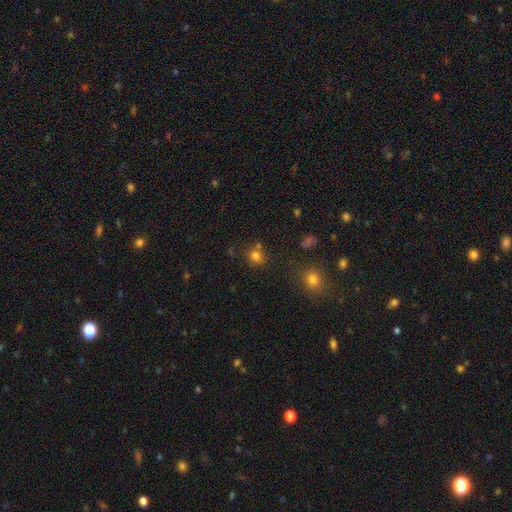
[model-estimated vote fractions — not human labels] smooth_or_featured: smooth (p=0.77) [alt: star or artifact p=0.16]
how_rounded: round (p=0.74) [alt: in between p=0.25]
merging: none (p=0.68) [alt: merger p=0.16]